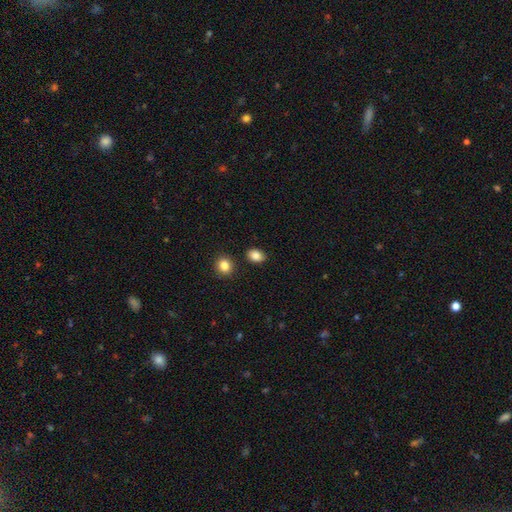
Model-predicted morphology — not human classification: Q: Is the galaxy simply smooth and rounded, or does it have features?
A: smooth — 86%.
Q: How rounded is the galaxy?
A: in between — 66%.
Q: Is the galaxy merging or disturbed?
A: none — 85%.